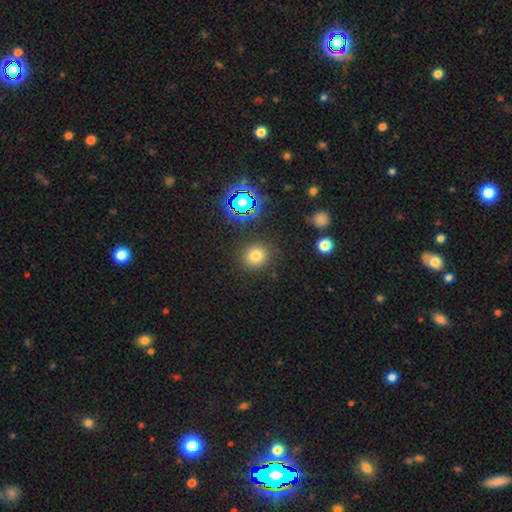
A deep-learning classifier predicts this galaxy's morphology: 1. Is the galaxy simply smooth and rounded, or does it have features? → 74% smooth, 19% star or artifact, 7% featured or disk.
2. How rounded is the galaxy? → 87% round, 12% in between, 1% cigar-shaped.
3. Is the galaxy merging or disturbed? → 87% none, 7% minor disturbance, 3% major disturbance, 2% merger.